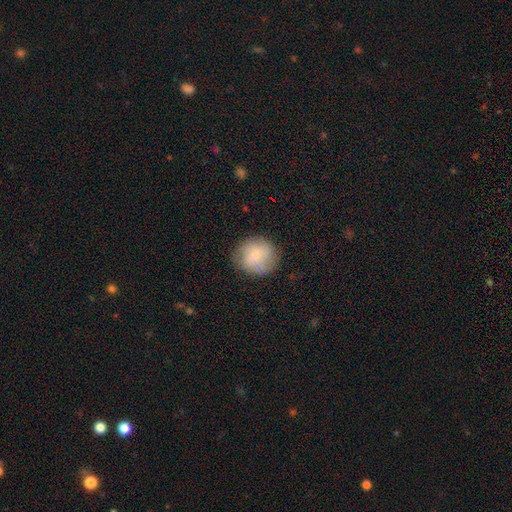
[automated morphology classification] smooth_or_featured: smooth (p=0.71) [alt: featured or disk p=0.21]
how_rounded: round (p=0.89) [alt: in between p=0.10]
merging: none (p=0.81) [alt: minor disturbance p=0.13]